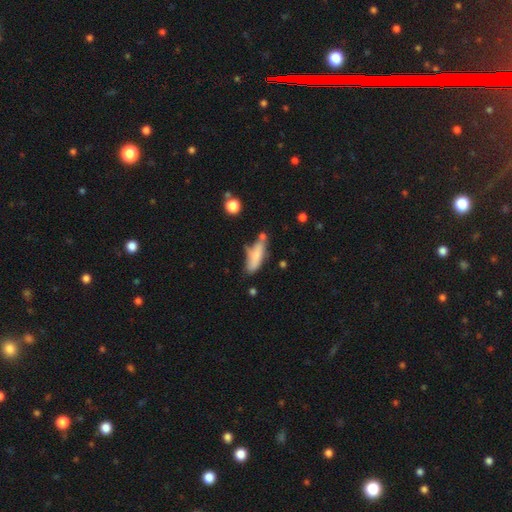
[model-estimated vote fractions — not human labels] smooth_or_featured: smooth (p=0.74) [alt: featured or disk p=0.19]
how_rounded: cigar-shaped (p=0.52) [alt: in between p=0.46]
merging: none (p=0.47) [alt: minor disturbance p=0.30]